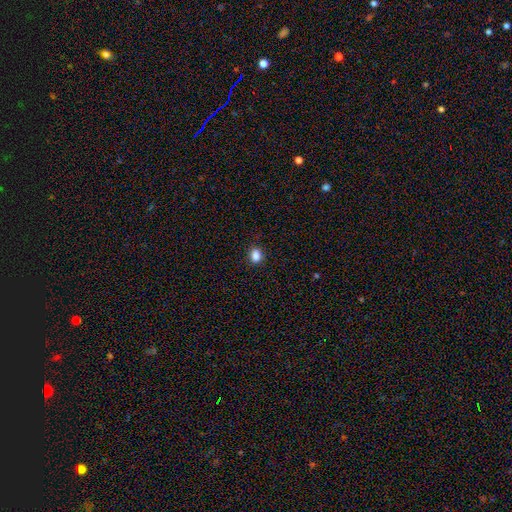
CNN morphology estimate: Smooth or featured: smooth — 85% (star or artifact — 11%)
How rounded: round — 51% (in between — 48%)
Merging: none — 89% (minor disturbance — 8%)